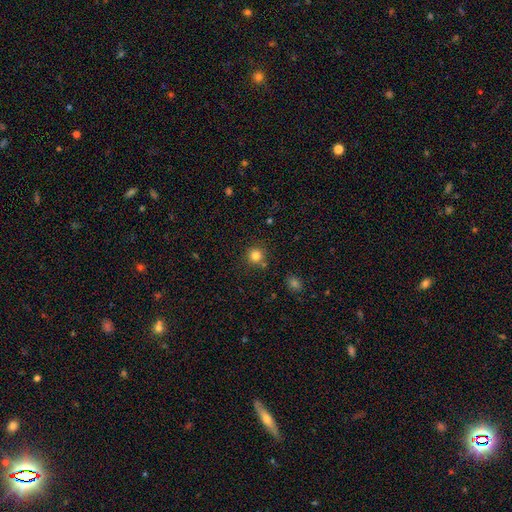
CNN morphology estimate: smooth_or_featured: smooth (p=0.82) [alt: star or artifact p=0.13]
how_rounded: round (p=0.93) [alt: in between p=0.06]
merging: none (p=0.82) [alt: minor disturbance p=0.09]